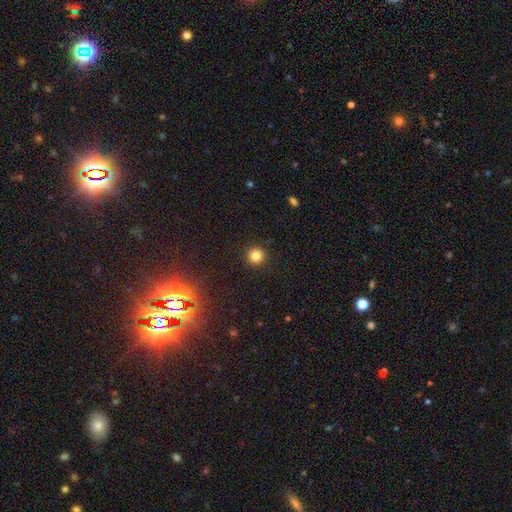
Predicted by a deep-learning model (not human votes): Smooth or featured?
  - smooth: 83% *
  - star or artifact: 13%
  - featured or disk: 4%
How rounded?
  - round: 95% *
  - in between: 4%
  - cigar-shaped: 1%
Merging?
  - none: 92% *
  - minor disturbance: 5%
  - major disturbance: 2%
  - merger: 1%